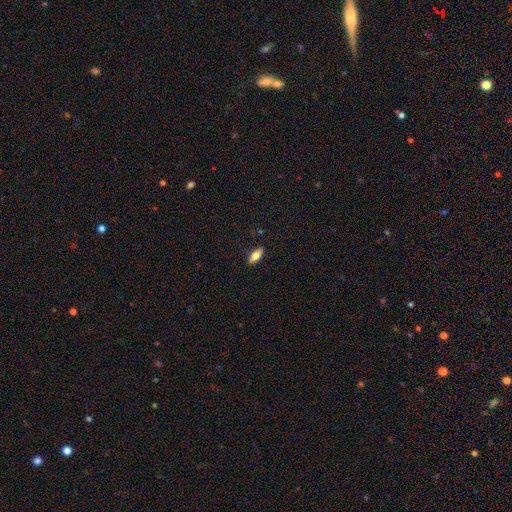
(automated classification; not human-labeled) A smooth galaxy with no disk features (64%) that is in between round and cigar-shaped (76%). Merging: none (87%).